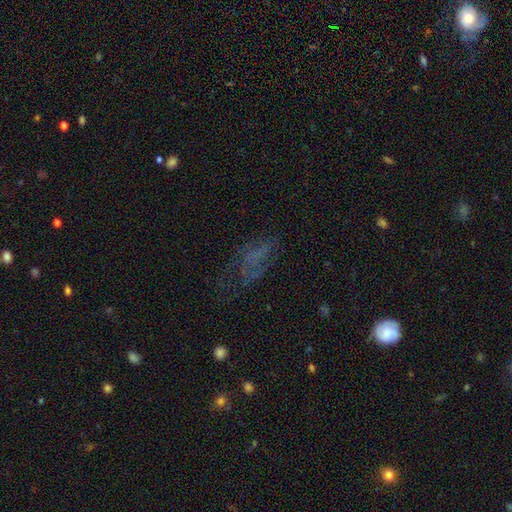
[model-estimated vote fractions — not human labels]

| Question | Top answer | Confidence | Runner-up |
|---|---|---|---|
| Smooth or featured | featured or disk | 39% | smooth (38%) |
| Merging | none | 41% | major disturbance (34%) |